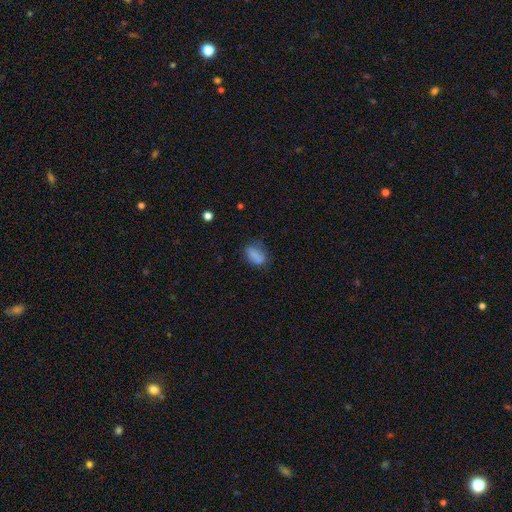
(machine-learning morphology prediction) smooth 81%, star or artifact 10%, featured or disk 10%. Down the decision tree: how rounded — in between (82%); merging — none (64%).